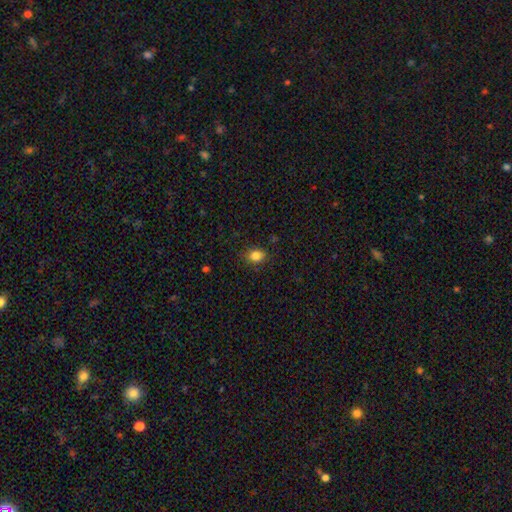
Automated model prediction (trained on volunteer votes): This is clearly a smooth galaxy (84%). How rounded: possibly in between (58%). Merging: clearly none (84%).